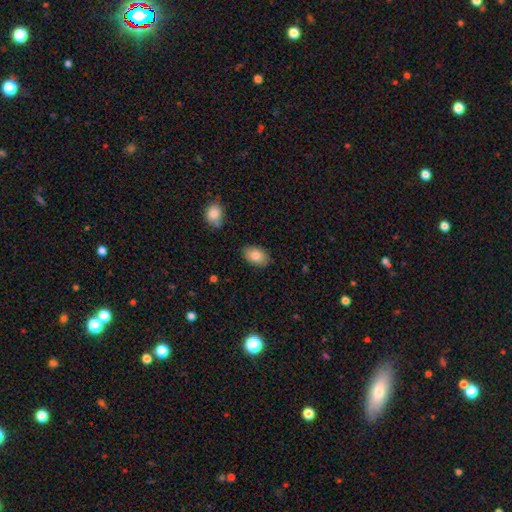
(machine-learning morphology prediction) The model was most divided on "smooth or featured": smooth: 81%, featured or disk: 11%, star or artifact: 8%. More confident: how rounded — in between (87%); merging — none (86%).